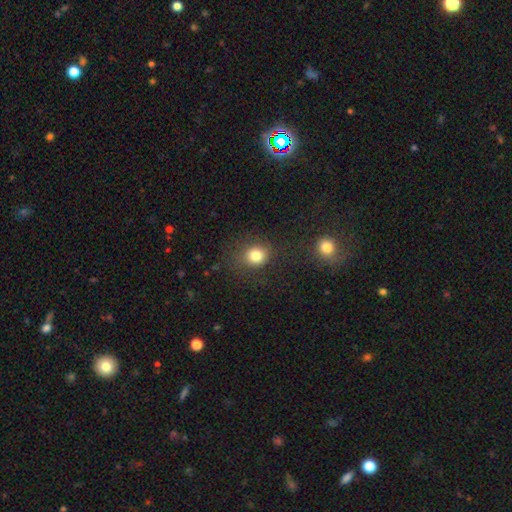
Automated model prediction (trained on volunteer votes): smooth-or-featured: smooth: 81% | star or artifact: 13% | featured or disk: 6%
  how-rounded: round: 76% | in between: 23% | cigar-shaped: 1%
  merging: none: 78% | minor disturbance: 13% | major disturbance: 6% | merger: 3%